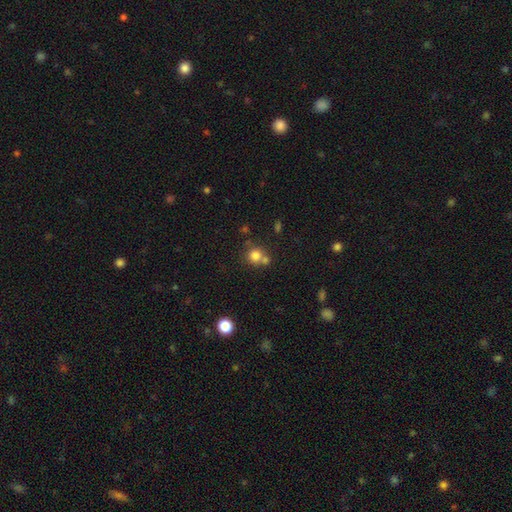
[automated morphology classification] Smooth or featured: smooth — 79% (star or artifact — 12%)
How rounded: round — 89% (in between — 10%)
Merging: none — 57% (merger — 31%)